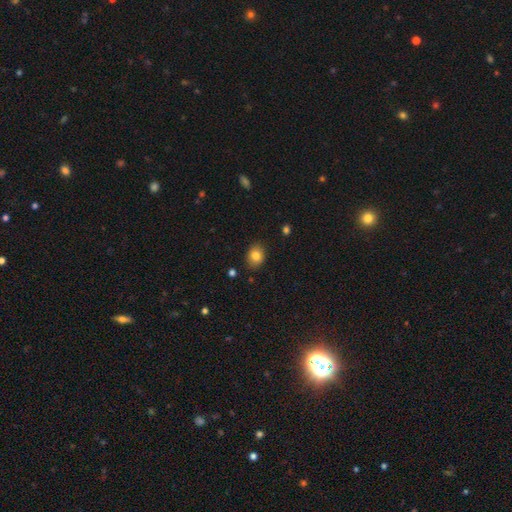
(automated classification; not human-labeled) The model was most divided on "how rounded": in between: 54%, round: 45%, cigar-shaped: 1%. More confident: merging — none (87%); smooth or featured — smooth (82%).